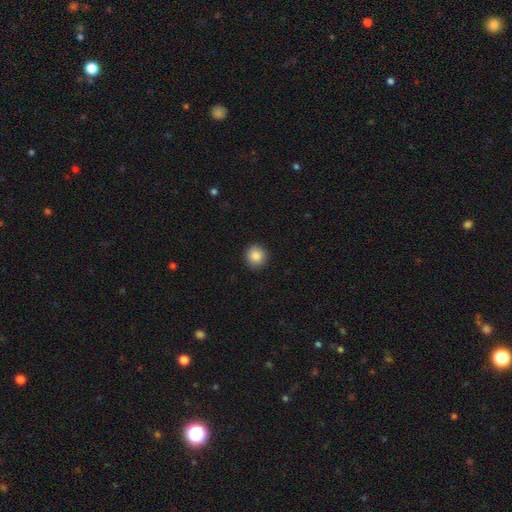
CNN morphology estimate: This appears to be a smooth galaxy with no disk features (86%) that is round (90%). Merging: none (91%).